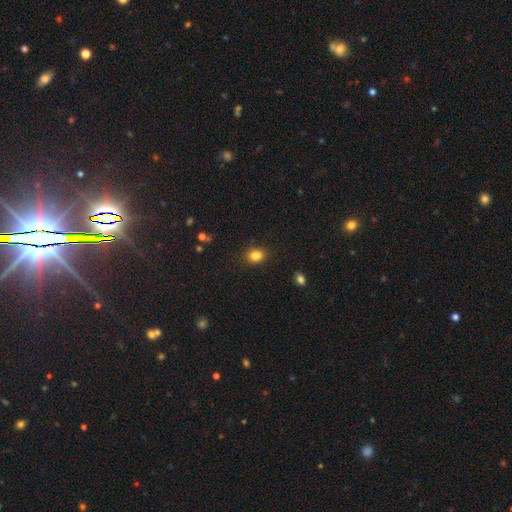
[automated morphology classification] Smooth or featured? Predicted: smooth (p=0.84). How rounded? Predicted: in between (p=0.51). Merging? Predicted: none (p=0.86).